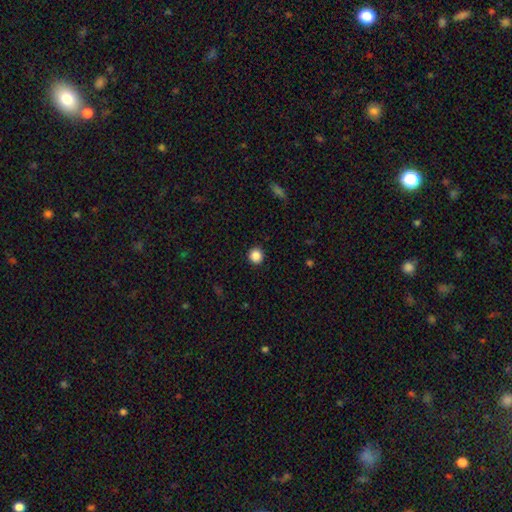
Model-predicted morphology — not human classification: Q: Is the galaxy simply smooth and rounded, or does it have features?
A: smooth — 87%.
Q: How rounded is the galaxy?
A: round — 93%.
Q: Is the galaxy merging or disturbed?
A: none — 92%.